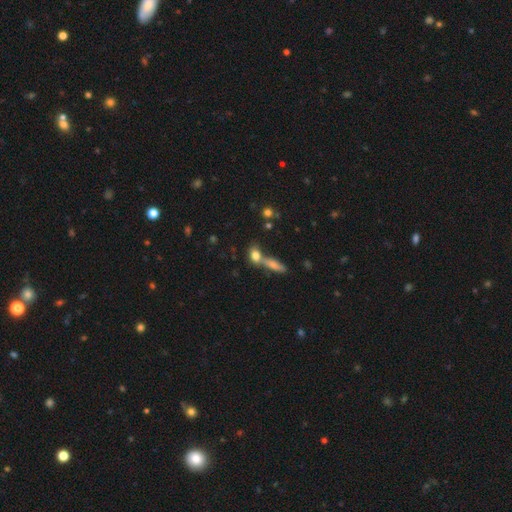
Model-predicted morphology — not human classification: This appears to be a smooth galaxy with no disk features (75%) that is in between round and cigar-shaped (58%). Merging: merger (47%).